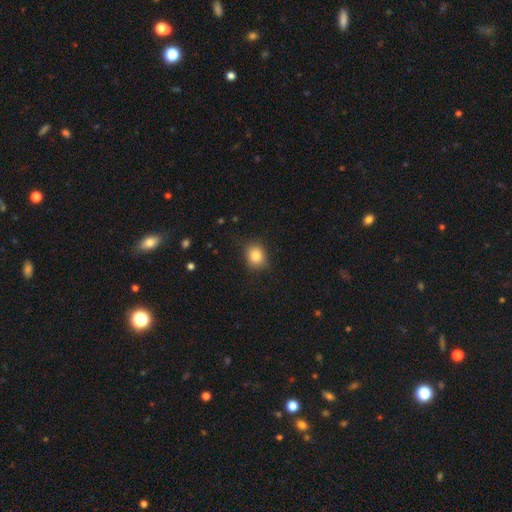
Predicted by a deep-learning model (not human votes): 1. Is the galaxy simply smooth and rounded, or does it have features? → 84% smooth, 10% star or artifact, 7% featured or disk.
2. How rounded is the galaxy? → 63% round, 36% in between, 1% cigar-shaped.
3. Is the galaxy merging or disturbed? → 82% none, 13% minor disturbance, 3% major disturbance, 1% merger.